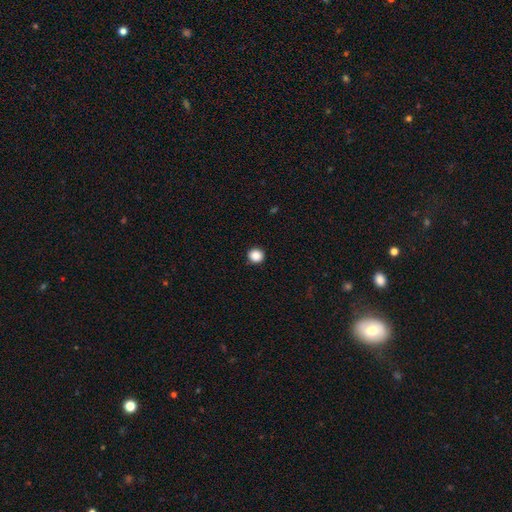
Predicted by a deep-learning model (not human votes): Morphology: type=smooth (88%); roundness=round (92%); merging=none (92%).